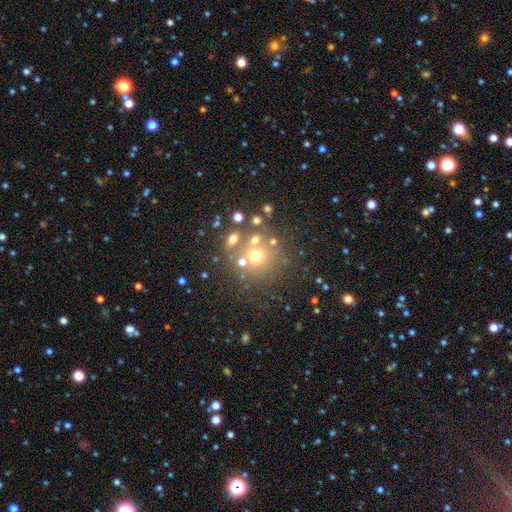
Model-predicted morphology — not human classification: The model was most divided on "smooth or featured": smooth: 56%, star or artifact: 25%, featured or disk: 19%. More confident: how rounded — round (89%); merging — none (67%).